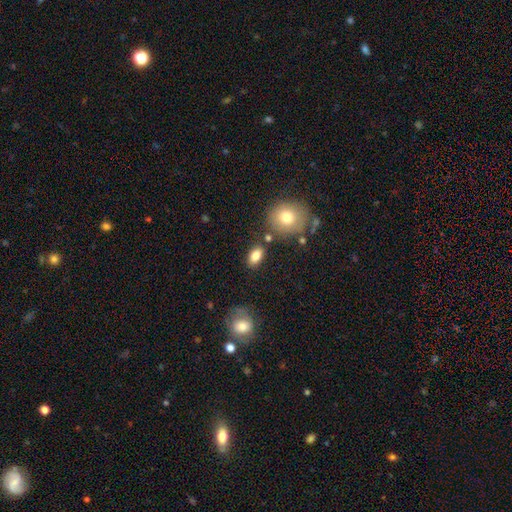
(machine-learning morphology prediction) Q: Smooth or featured?
A: smooth (82%); runner-up: featured or disk (10%)
Q: How rounded?
A: in between (87%); runner-up: round (10%)
Q: Merging?
A: none (79%); runner-up: minor disturbance (11%)